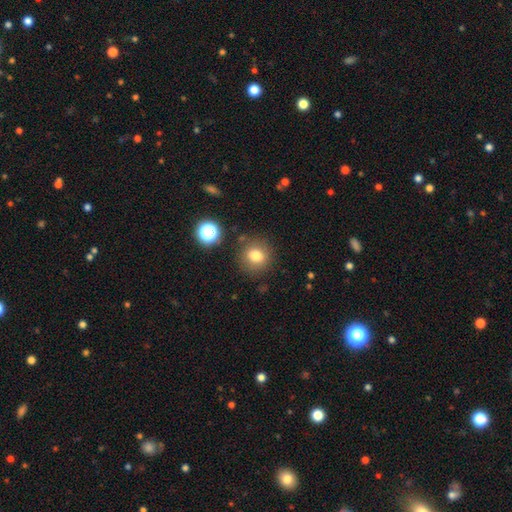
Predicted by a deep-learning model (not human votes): Overall: smooth (79%). How rounded: round (83%). Merging: none (83%).